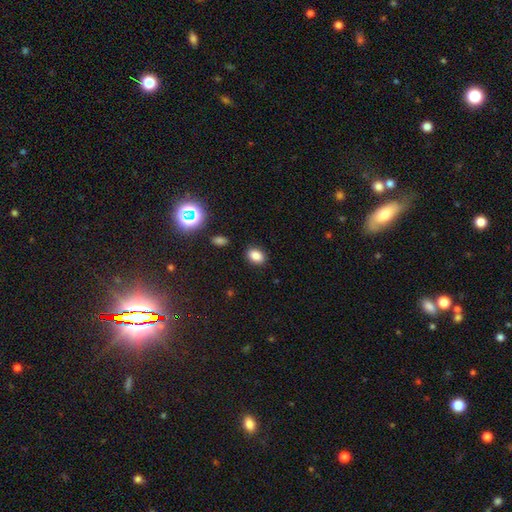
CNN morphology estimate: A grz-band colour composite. It shows a smooth galaxy with no disk features (83%) that is in between round and cigar-shaped (79%). Merging: none (87%).